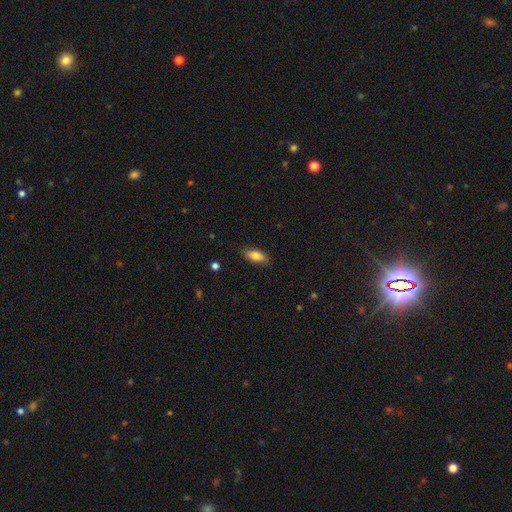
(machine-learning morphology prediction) Q: Smooth or featured?
A: smooth (81%); runner-up: featured or disk (12%)
Q: How rounded?
A: in between (84%); runner-up: cigar-shaped (14%)
Q: Merging?
A: none (86%); runner-up: minor disturbance (11%)